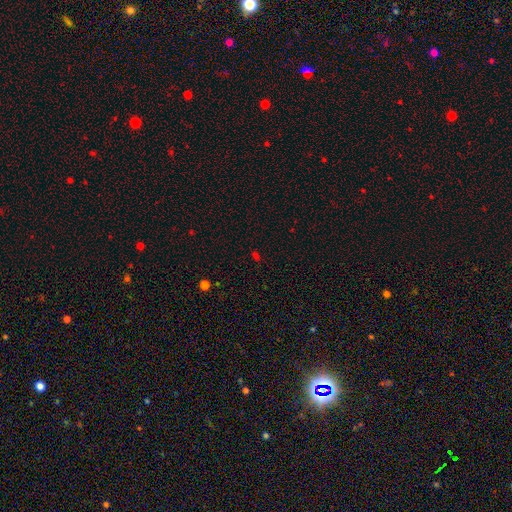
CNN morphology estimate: Q: Smooth or featured?
A: star or artifact (51%); runner-up: smooth (42%)